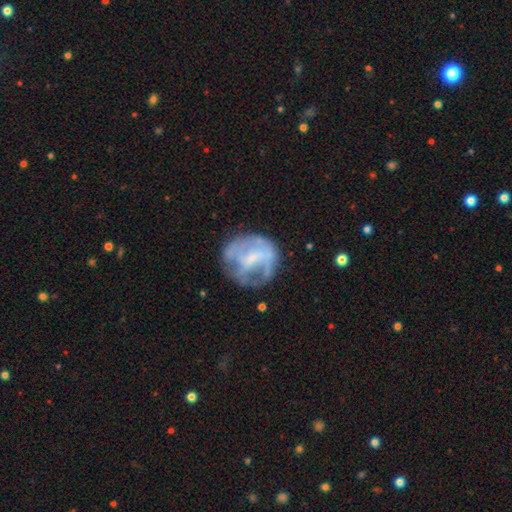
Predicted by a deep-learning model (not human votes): Smooth or featured? Predicted: featured or disk (p=0.64). Edge-on disk? Predicted: no (p=0.97). Bar? Predicted: weak (p=0.42). Spiral arms? Predicted: no (p=0.55). Bulge size? Predicted: small (p=0.45). Merging? Predicted: none (p=0.55).